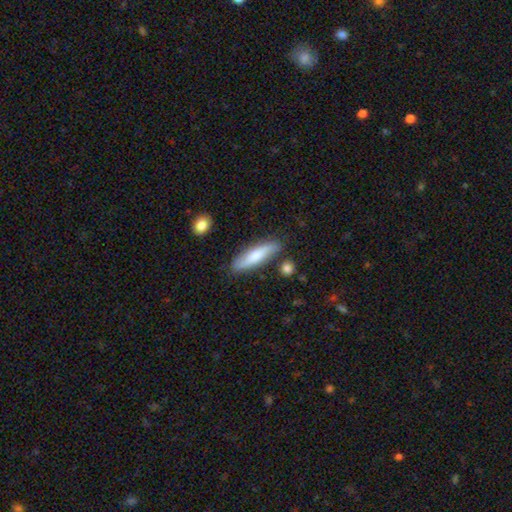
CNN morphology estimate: This is likely a smooth galaxy (64%). How rounded: likely cigar-shaped (69%). Merging: clearly none (81%).